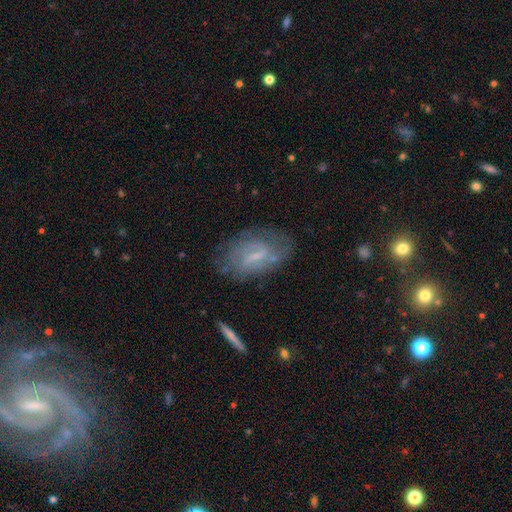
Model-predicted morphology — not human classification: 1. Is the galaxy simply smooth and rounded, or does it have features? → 64% featured or disk, 27% smooth, 9% star or artifact.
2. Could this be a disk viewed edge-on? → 92% no, 8% yes.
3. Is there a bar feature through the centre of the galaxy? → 54% weak, 27% strong, 19% no.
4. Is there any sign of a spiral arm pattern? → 76% yes, 24% no.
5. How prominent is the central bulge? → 45% small, 29% none, 23% moderate, 2% large, 1% dominant.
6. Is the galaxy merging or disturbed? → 66% none, 21% minor disturbance, 10% major disturbance, 2% merger.